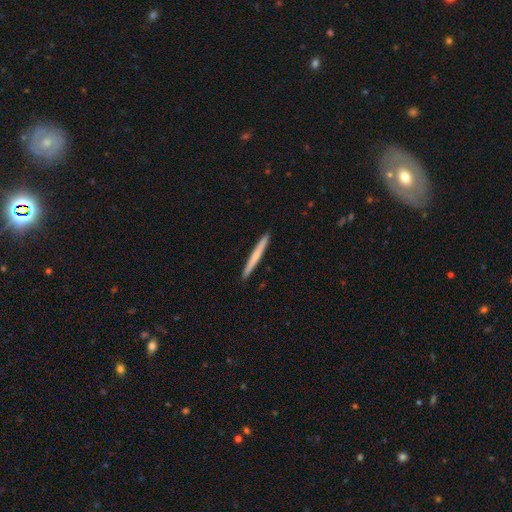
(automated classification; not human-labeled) Overall: smooth (57%; featured or disk 38%). How rounded: cigar-shaped (97%). Merging: none (93%).